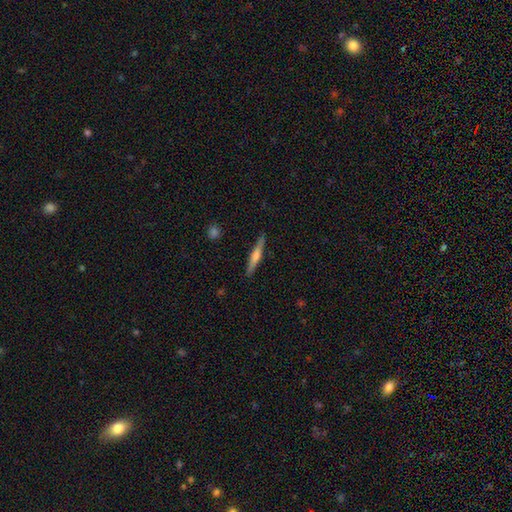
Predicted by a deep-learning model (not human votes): smooth-or-featured: featured or disk: 54% | smooth: 41% | star or artifact: 6%
  disk-edge-on: yes: 97% | no: 3%
    edge-on-bulge: rounded: 73% | none: 14% | boxy: 13%
  merging: none: 89% | minor disturbance: 8% | major disturbance: 2% | merger: 1%